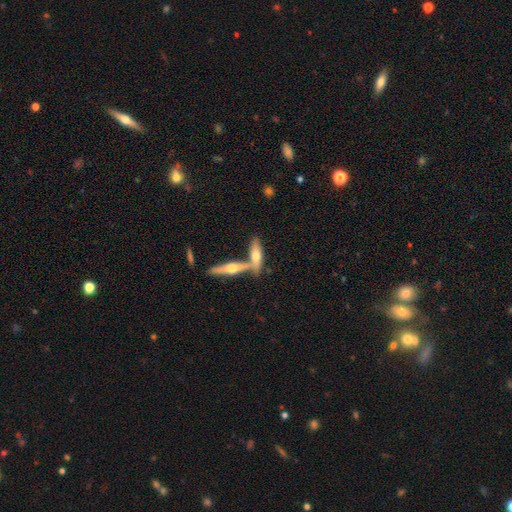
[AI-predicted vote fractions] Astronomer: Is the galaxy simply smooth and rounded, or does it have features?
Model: featured or disk — 49% (runner-up: smooth, 45%).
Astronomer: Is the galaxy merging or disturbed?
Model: none — 46% (runner-up: merger, 42%).